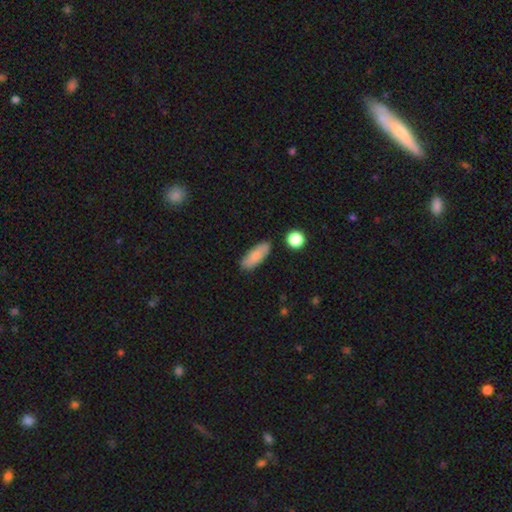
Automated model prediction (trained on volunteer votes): Morphology: type=smooth (80%); roundness=in between (75%); merging=none (81%).